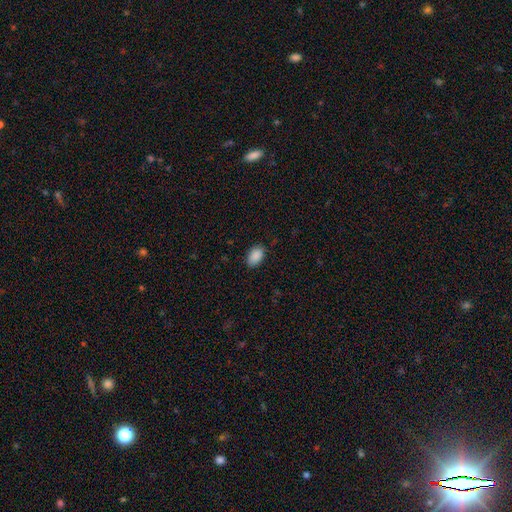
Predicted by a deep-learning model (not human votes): Smooth or featured: smooth — 90% (star or artifact — 7%)
How rounded: in between — 89% (round — 10%)
Merging: none — 82% (minor disturbance — 14%)